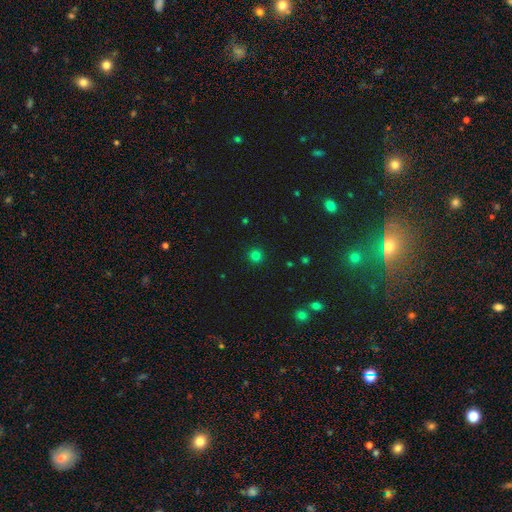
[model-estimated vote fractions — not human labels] Smooth or featured: smooth — 79% (star or artifact — 17%)
How rounded: round — 95% (in between — 5%)
Merging: none — 92% (minor disturbance — 5%)